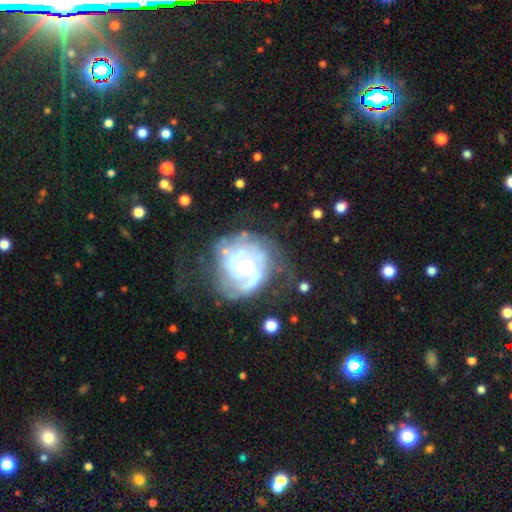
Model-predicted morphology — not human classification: A featured or disk galaxy (85%) with no bar (67%), 2 (48%) tight (61%) spiral arms (91%) and a moderate central bulge (65%).

Vote fractions:
- Smooth or featured? featured or disk: 85% / smooth: 9% / star or artifact: 6%
- Edge-on disk? no: 98% / yes: 2%
- Bar? no: 67% / weak: 26% / strong: 7%
- Spiral arms? yes: 91% / no: 9%
- Spiral winding? tight: 61% / medium: 29% / loose: 10%
- Spiral arm count? 2: 48% / can't tell: 26% / 3: 11% / 1: 7% / 4: 4% / more than 4: 3%
- Bulge size? moderate: 65% / small: 21% / large: 11% / none: 2% / dominant: 1%
- Merging? none: 55% / minor disturbance: 22% / major disturbance: 19% / merger: 3%